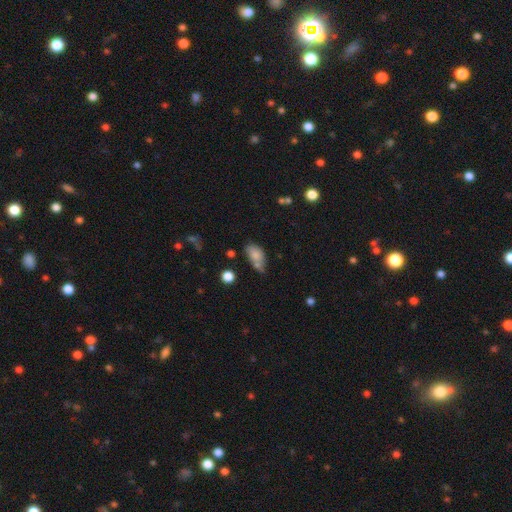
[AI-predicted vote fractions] This is likely a smooth galaxy (77%). How rounded: clearly in between (89%). Merging: marginally none (40%).